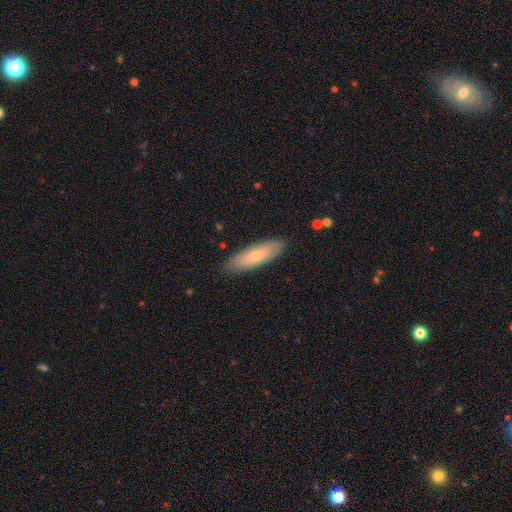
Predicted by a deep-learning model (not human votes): Q: Smooth or featured?
A: smooth (67%); runner-up: featured or disk (27%)
Q: How rounded?
A: cigar-shaped (51%); runner-up: in between (47%)
Q: Merging?
A: none (87%); runner-up: minor disturbance (10%)